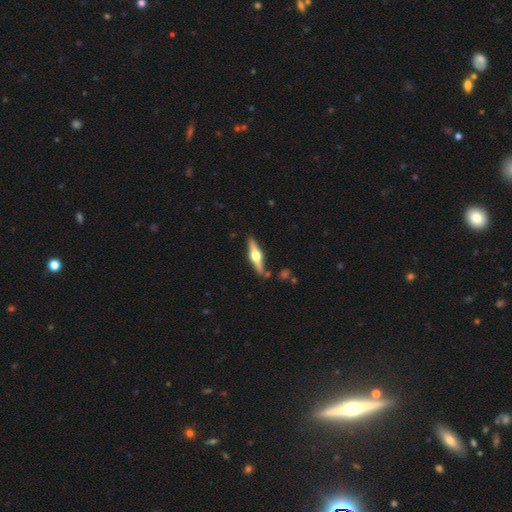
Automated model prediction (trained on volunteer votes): Smooth or featured? Predicted: featured or disk (p=0.73). Edge-on disk? Predicted: yes (p=0.97). Edge-on bulge? Predicted: rounded (p=0.97). Merging? Predicted: none (p=0.86).